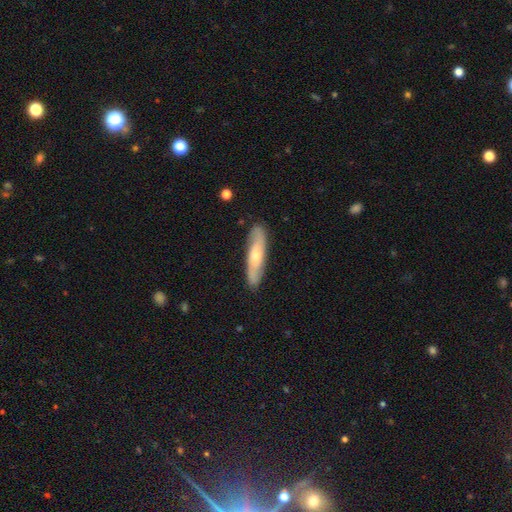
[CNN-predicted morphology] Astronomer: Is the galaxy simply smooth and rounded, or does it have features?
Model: smooth — 48% (runner-up: featured or disk, 46%).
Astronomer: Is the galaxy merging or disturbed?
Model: none — 86%.